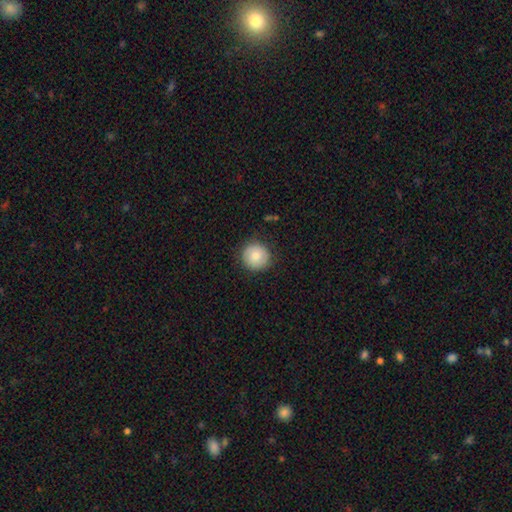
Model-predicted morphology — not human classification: smooth-or-featured: smooth: 79% | featured or disk: 13% | star or artifact: 8%
  how-rounded: round: 93% | in between: 6% | cigar-shaped: 1%
  merging: none: 87% | minor disturbance: 10% | major disturbance: 3% | merger: 1%